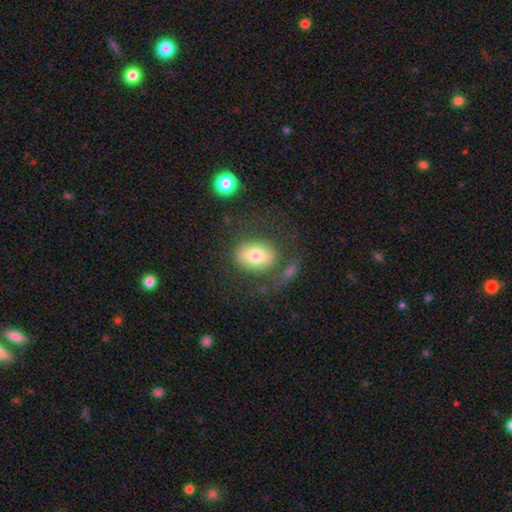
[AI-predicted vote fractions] smooth-or-featured: smooth: 64% | featured or disk: 28% | star or artifact: 8%
  how-rounded: in between: 77% | round: 20% | cigar-shaped: 3%
  merging: none: 63% | minor disturbance: 16% | major disturbance: 14% | merger: 7%